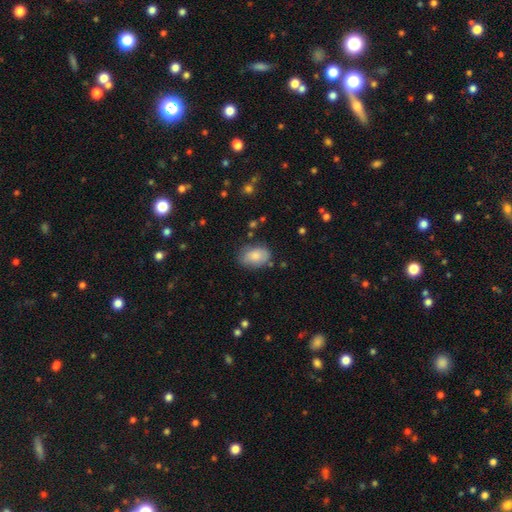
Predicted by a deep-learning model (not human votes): Overall: smooth (81%). How rounded: in between (85%). Merging: none (73%).